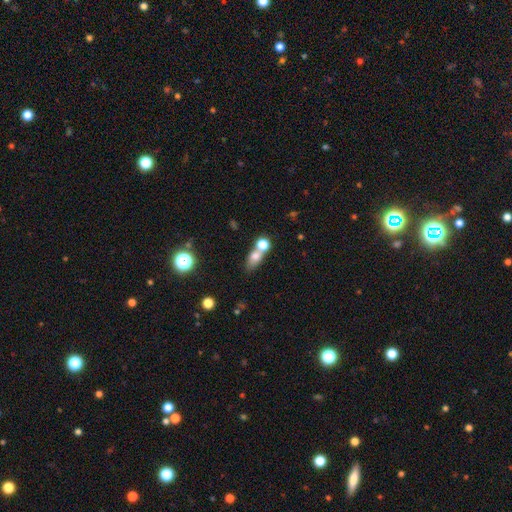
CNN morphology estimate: Smooth or featured? smooth (71%)
How rounded? in between (61%)
Merging? merger (47%)